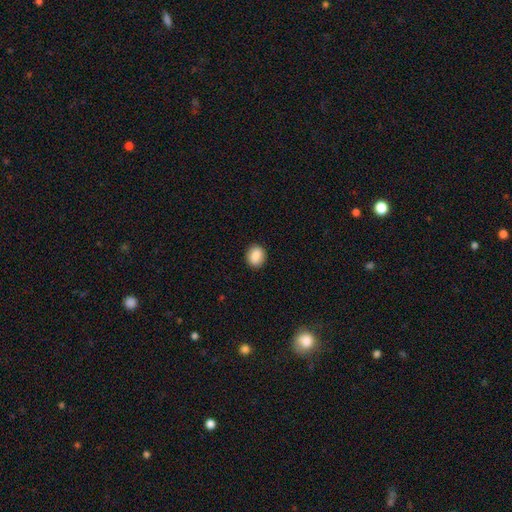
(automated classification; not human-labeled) smooth 87%, star or artifact 8%, featured or disk 6%. Down the decision tree: how rounded — round (60%); merging — none (90%).